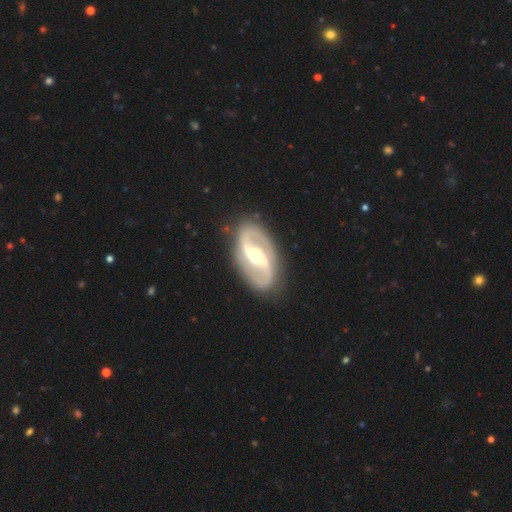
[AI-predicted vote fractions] Smooth or featured? featured or disk (90%)
Edge-on disk? no (97%)
Bar? strong (51%)
Spiral arms? yes (95%)
Spiral winding? medium (49%)
Spiral arm count? 2 (93%)
Bulge size? moderate (62%)
Merging? none (87%)